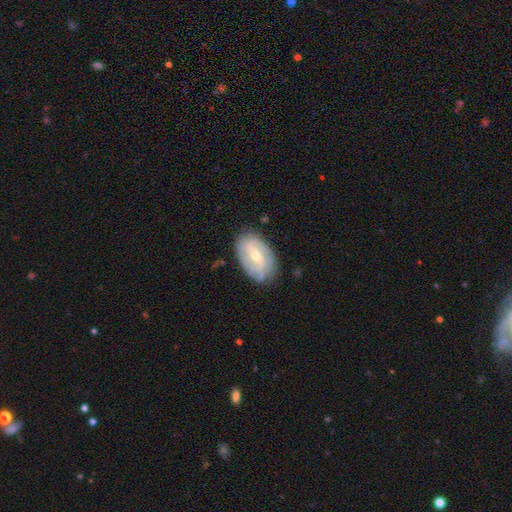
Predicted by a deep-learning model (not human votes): Q: Smooth or featured?
A: featured or disk (71%); runner-up: smooth (22%)
Q: Edge-on disk?
A: no (94%); runner-up: yes (6%)
Q: Bar?
A: weak (45%); runner-up: no (32%)
Q: Spiral arms?
A: yes (80%); runner-up: no (20%)
Q: Spiral winding?
A: tight (43%); runner-up: medium (36%)
Q: Spiral arm count?
A: 2 (51%); runner-up: can't tell (31%)
Q: Bulge size?
A: small (54%); runner-up: moderate (43%)
Q: Merging?
A: none (75%); runner-up: minor disturbance (19%)